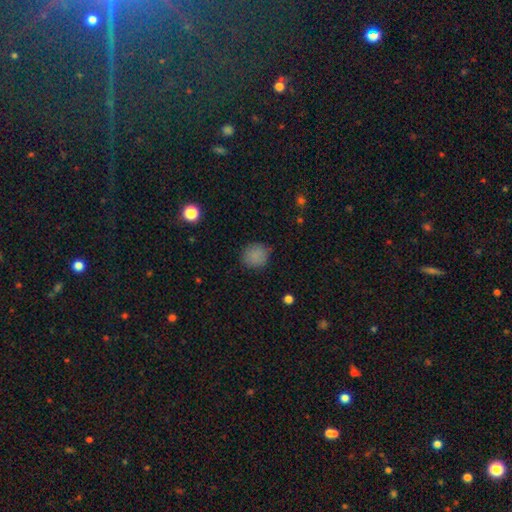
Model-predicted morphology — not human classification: The model was most divided on "merging": none: 81%, minor disturbance: 14%, major disturbance: 4%, merger: 1%. More confident: how rounded — round (85%); smooth or featured — smooth (84%).